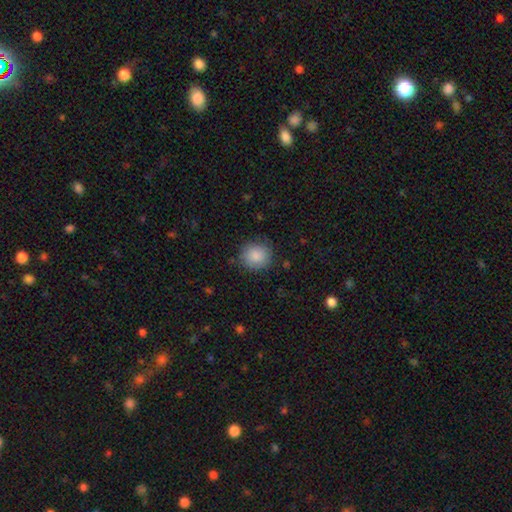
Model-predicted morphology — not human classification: A smooth galaxy with no disk features (87%) that is round (83%).

Vote fractions:
- Smooth or featured? smooth: 87% / star or artifact: 7% / featured or disk: 5%
- How rounded? round: 83% / in between: 16% / cigar-shaped: 1%
- Merging? none: 83% / minor disturbance: 13% / major disturbance: 3% / merger: 1%